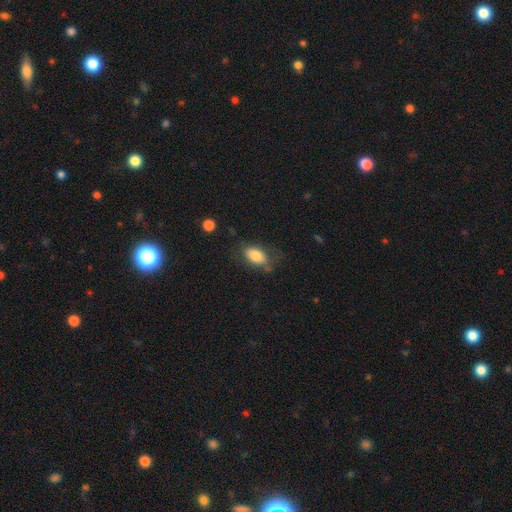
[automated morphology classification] Q: Smooth or featured?
A: smooth (77%); runner-up: featured or disk (16%)
Q: How rounded?
A: in between (90%); runner-up: round (6%)
Q: Merging?
A: none (61%); runner-up: minor disturbance (24%)